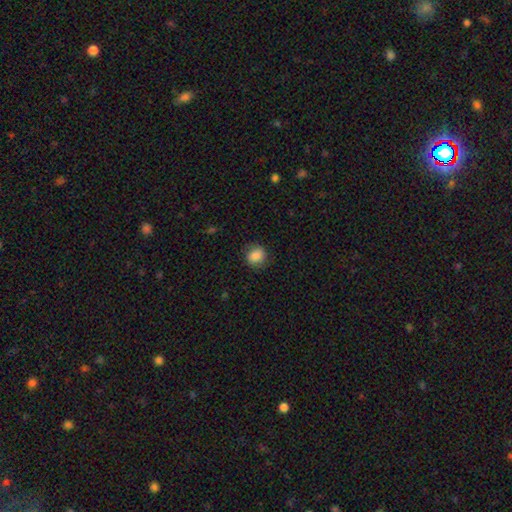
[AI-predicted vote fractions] Q: Smooth or featured?
A: smooth (86%); runner-up: star or artifact (9%)
Q: How rounded?
A: round (70%); runner-up: in between (29%)
Q: Merging?
A: none (82%); runner-up: minor disturbance (13%)